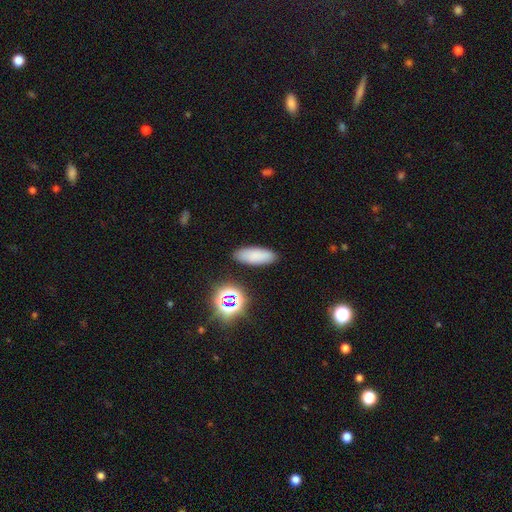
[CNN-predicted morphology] Q: Smooth or featured?
A: smooth (79%); runner-up: star or artifact (13%)
Q: How rounded?
A: in between (66%); runner-up: cigar-shaped (31%)
Q: Merging?
A: none (88%); runner-up: minor disturbance (8%)